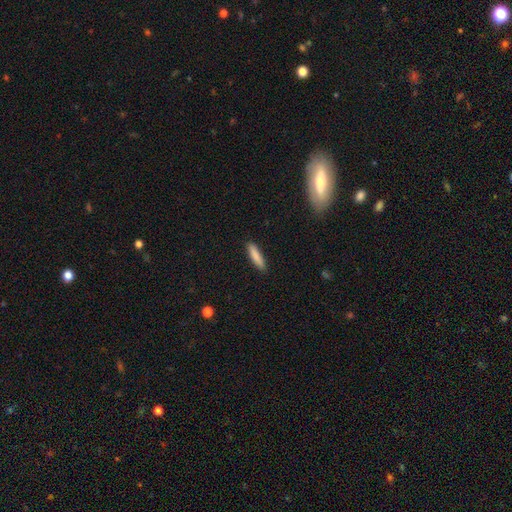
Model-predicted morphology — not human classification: type=smooth (85%); roundness=cigar-shaped (80%); merging=none (89%).